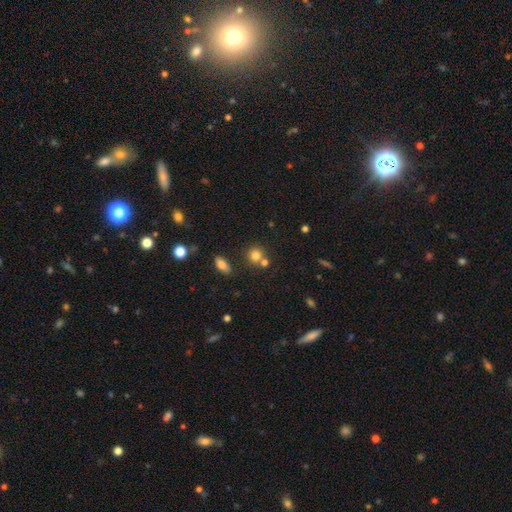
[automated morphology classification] Q: Smooth or featured?
A: smooth (78%); runner-up: star or artifact (13%)
Q: How rounded?
A: round (84%); runner-up: in between (14%)
Q: Merging?
A: none (63%); runner-up: merger (25%)